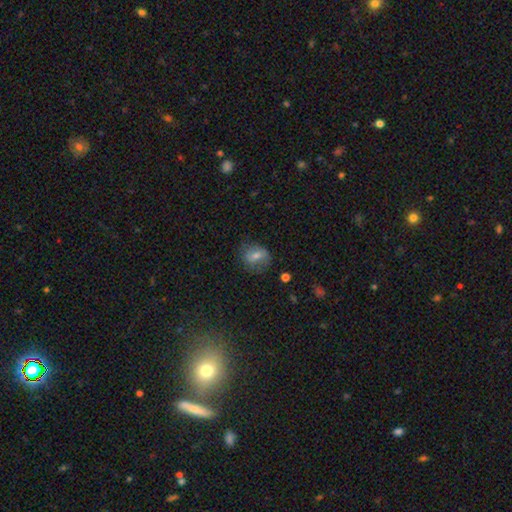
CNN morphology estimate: A smooth galaxy with no disk features (54%) that is round (57%). Merging: none (74%).